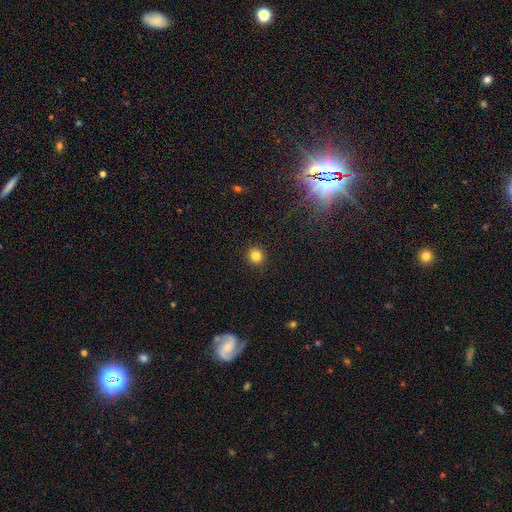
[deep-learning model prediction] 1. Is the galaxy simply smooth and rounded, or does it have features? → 83% smooth, 12% star or artifact, 5% featured or disk.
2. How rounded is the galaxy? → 91% round, 8% in between, 1% cigar-shaped.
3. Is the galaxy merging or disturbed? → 92% none, 5% minor disturbance, 2% major disturbance, 1% merger.